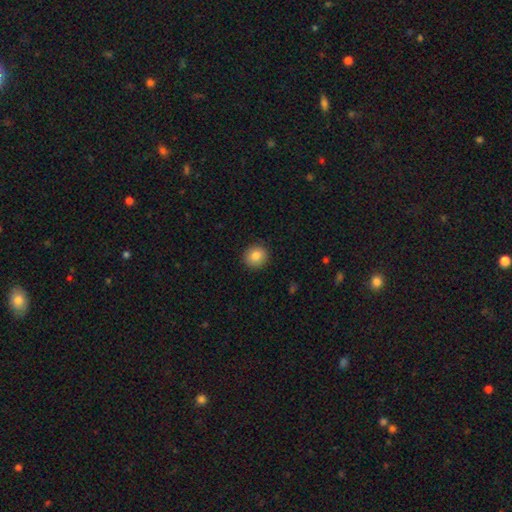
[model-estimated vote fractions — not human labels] A smooth galaxy with no disk features (84%) that is round (89%). Merging: none (91%).